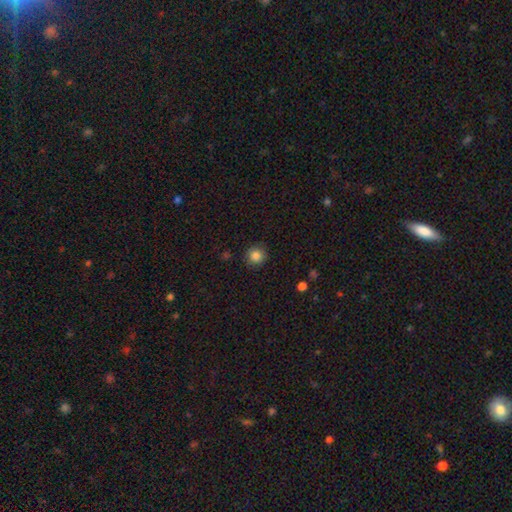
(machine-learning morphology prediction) Smooth or featured?
  - smooth: 85% *
  - star or artifact: 11%
  - featured or disk: 4%
How rounded?
  - round: 92% *
  - in between: 7%
  - cigar-shaped: 1%
Merging?
  - none: 89% *
  - minor disturbance: 7%
  - major disturbance: 2%
  - merger: 1%